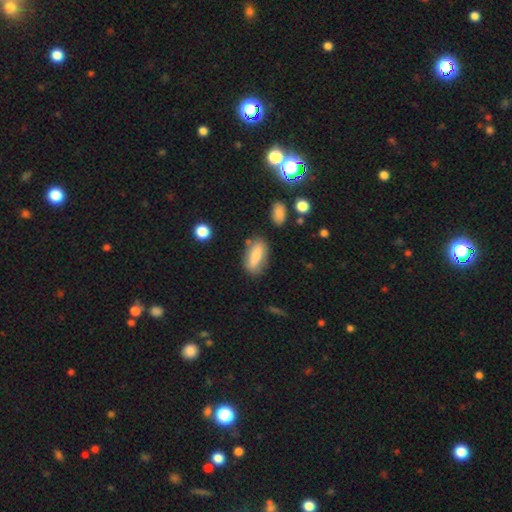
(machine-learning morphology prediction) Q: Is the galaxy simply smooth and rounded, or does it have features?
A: smooth — 76%.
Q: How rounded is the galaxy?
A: in between — 74%.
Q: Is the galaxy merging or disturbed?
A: none — 74%.